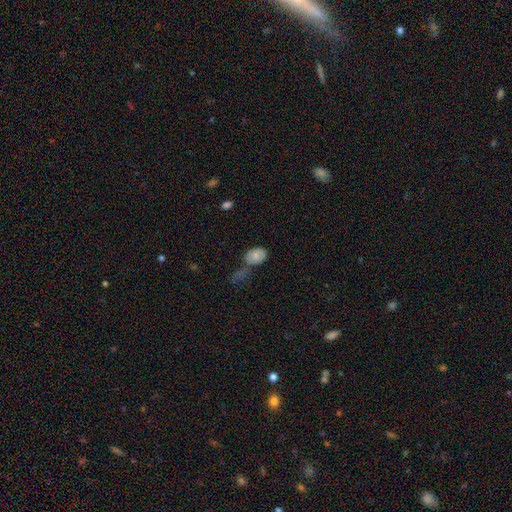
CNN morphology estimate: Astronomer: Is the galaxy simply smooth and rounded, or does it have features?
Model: smooth — 74%.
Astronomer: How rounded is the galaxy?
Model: in between — 74%.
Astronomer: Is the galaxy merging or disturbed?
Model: none — 46% (runner-up: minor disturbance, 22%).